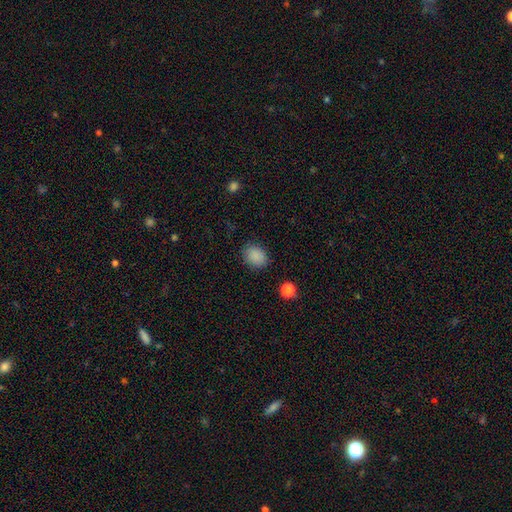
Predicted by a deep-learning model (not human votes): A smooth galaxy with no disk features (87%) that is in between round and cigar-shaped (53%).

Vote fractions:
- Smooth or featured? smooth: 87% / star or artifact: 10% / featured or disk: 4%
- How rounded? in between: 53% / round: 46% / cigar-shaped: 1%
- Merging? none: 84% / minor disturbance: 12% / major disturbance: 3% / merger: 1%